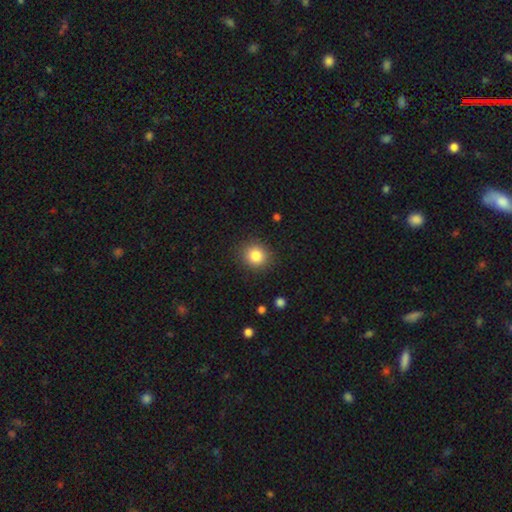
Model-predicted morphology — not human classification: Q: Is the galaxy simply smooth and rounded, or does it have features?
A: smooth — 84%.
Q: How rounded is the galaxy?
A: round — 86%.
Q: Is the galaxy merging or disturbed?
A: none — 89%.